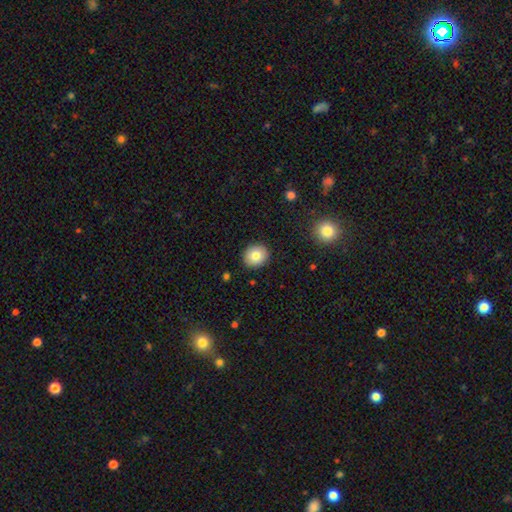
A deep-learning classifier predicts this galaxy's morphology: This is clearly a smooth galaxy (81%). How rounded: likely round (74%). Merging: clearly none (91%).